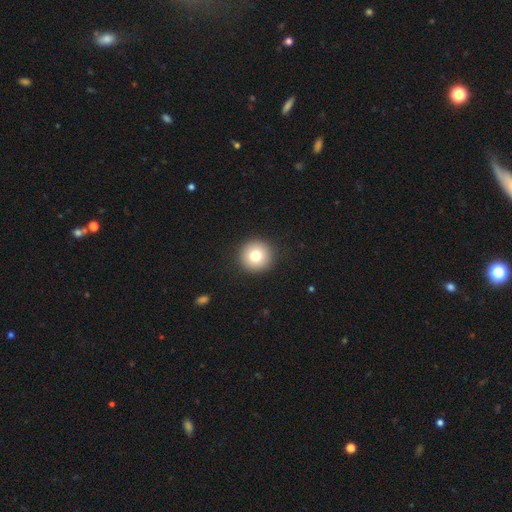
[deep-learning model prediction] smooth_or_featured: smooth (p=0.77) [alt: featured or disk p=0.12]
how_rounded: round (p=0.96) [alt: in between p=0.03]
merging: none (p=0.93) [alt: minor disturbance p=0.05]